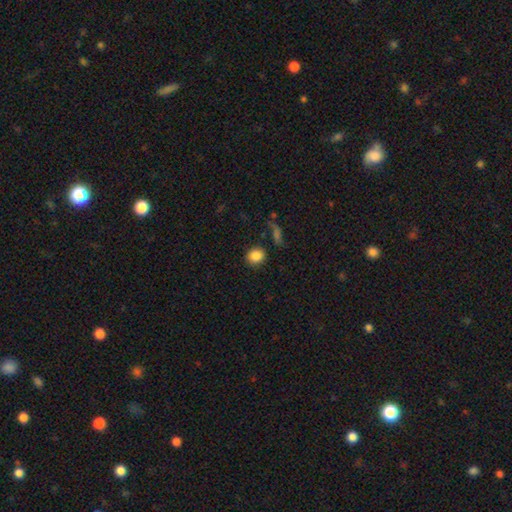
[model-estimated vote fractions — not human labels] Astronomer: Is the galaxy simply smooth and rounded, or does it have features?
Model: smooth — 86%.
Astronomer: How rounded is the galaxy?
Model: round — 79%.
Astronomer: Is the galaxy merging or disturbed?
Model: none — 85%.